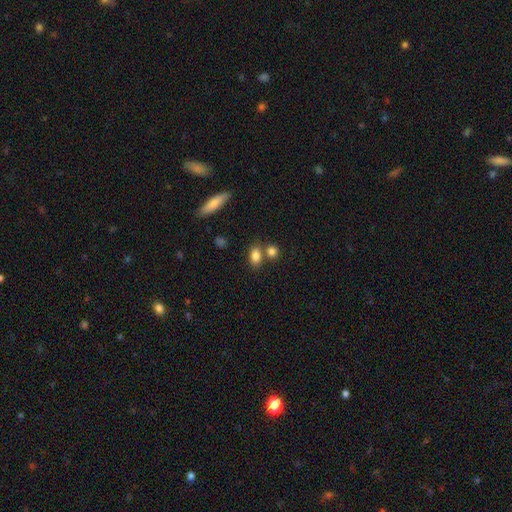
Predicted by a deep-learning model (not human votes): The model was most divided on "merging": none: 57%, merger: 27%, minor disturbance: 12%, major disturbance: 4%. More confident: smooth or featured — smooth (83%); how rounded — in between (75%).